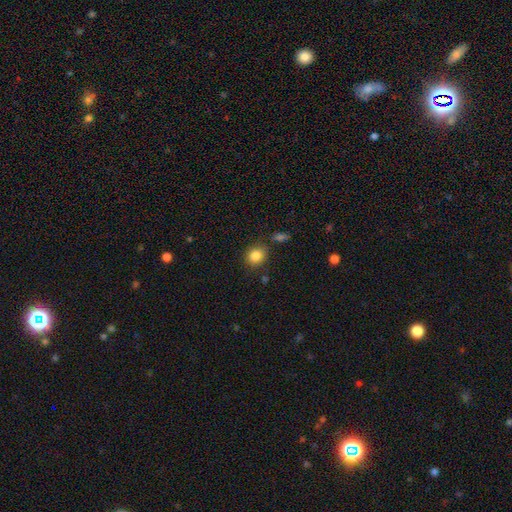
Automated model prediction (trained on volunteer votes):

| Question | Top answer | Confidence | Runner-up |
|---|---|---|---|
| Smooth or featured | smooth | 86% | star or artifact (10%) |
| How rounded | round | 74% | in between (25%) |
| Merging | none | 80% | minor disturbance (12%) |